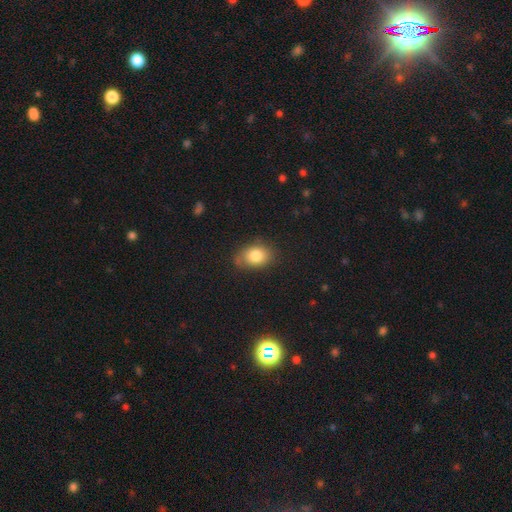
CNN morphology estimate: type=smooth (81%); roundness=in between (73%); merging=none (73%).